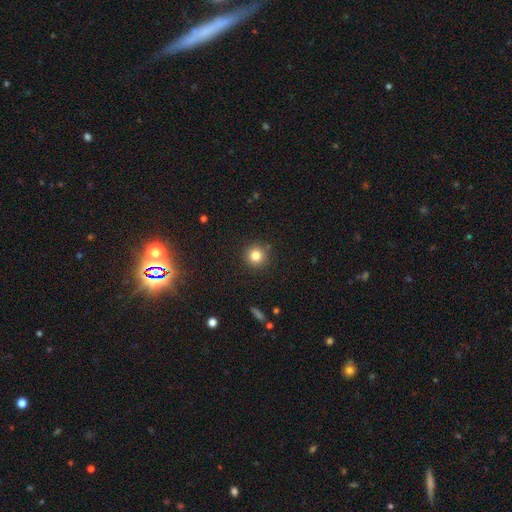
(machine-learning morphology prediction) Smooth or featured?
  - smooth: 82% *
  - star or artifact: 12%
  - featured or disk: 6%
How rounded?
  - round: 95% *
  - in between: 5%
  - cigar-shaped: 1%
Merging?
  - none: 90% *
  - minor disturbance: 6%
  - major disturbance: 2%
  - merger: 2%